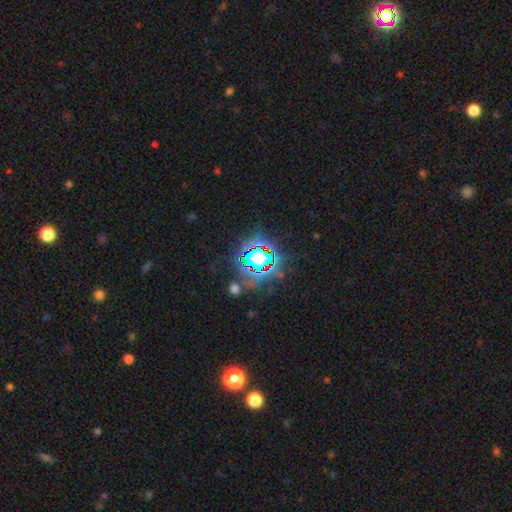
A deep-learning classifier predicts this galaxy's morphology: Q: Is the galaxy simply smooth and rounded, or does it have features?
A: star or artifact — 71%.